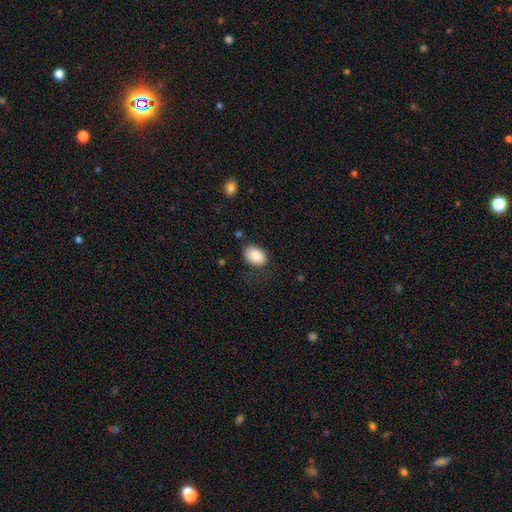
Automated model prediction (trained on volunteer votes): This appears to be a smooth galaxy with no disk features (86%) that is in between round and cigar-shaped (82%). Merging: none (68%).